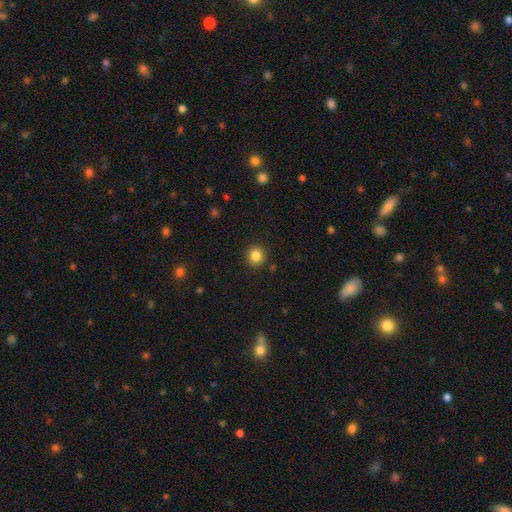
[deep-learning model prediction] Overall: smooth (84%). How rounded: round (91%). Merging: none (91%).